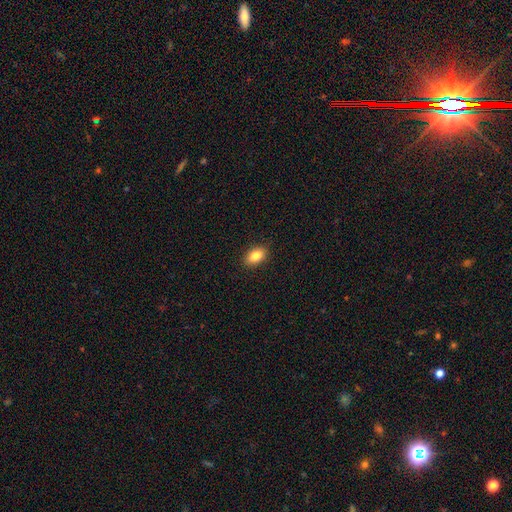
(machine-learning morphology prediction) type=smooth (85%); roundness=in between (90%); merging=none (89%).